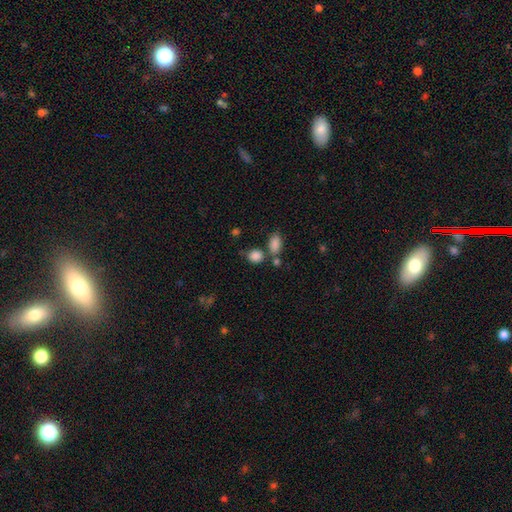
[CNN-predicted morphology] Q: Smooth or featured?
A: smooth (86%); runner-up: star or artifact (10%)
Q: How rounded?
A: in between (51%); runner-up: round (47%)
Q: Merging?
A: none (60%); runner-up: merger (22%)